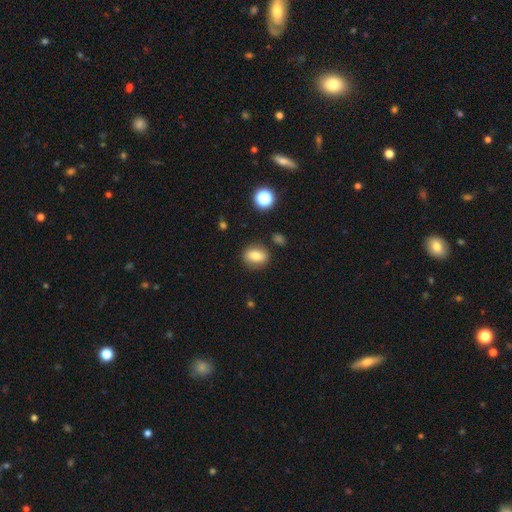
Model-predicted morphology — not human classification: Smooth or featured: smooth — 76% (featured or disk — 14%)
How rounded: in between — 60% (round — 38%)
Merging: none — 83% (minor disturbance — 11%)